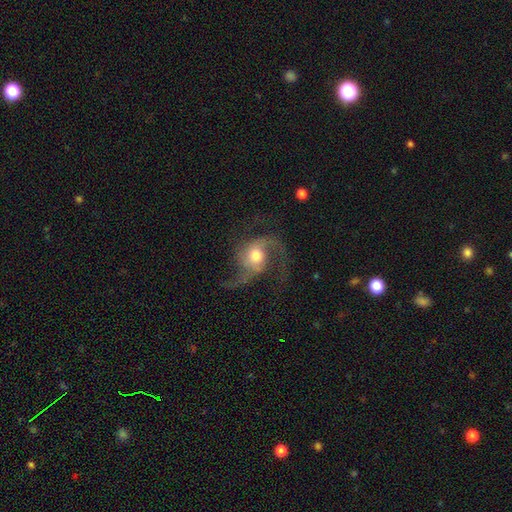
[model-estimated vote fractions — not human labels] Smooth or featured?
  - featured or disk: 80% *
  - smooth: 14%
  - star or artifact: 7%
Edge-on disk?
  - no: 97% *
  - yes: 3%
Bar?
  - no: 66% *
  - weak: 26%
  - strong: 8%
Spiral arms?
  - yes: 94% *
  - no: 6%
Spiral winding?
  - loose: 60% *
  - medium: 34%
  - tight: 6%
Spiral arm count?
  - 2: 75% *
  - 3: 11%
  - 1: 6%
  - can't tell: 4%
  - 4: 2%
  - more than 4: 2%
Bulge size?
  - moderate: 65% *
  - small: 17%
  - large: 15%
  - dominant: 2%
  - none: 2%
Merging?
  - none: 51% *
  - major disturbance: 29%
  - minor disturbance: 17%
  - merger: 3%